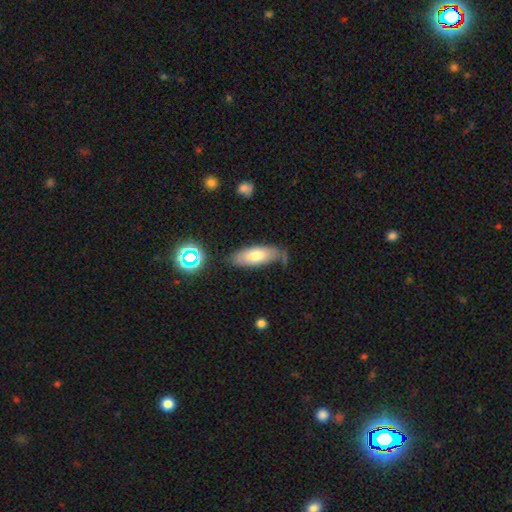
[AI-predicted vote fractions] A smooth galaxy with no disk features (73%) that is in between round and cigar-shaped (78%).

Vote fractions:
- Smooth or featured? smooth: 73% / featured or disk: 19% / star or artifact: 8%
- How rounded? in between: 78% / cigar-shaped: 19% / round: 2%
- Merging? none: 67% / minor disturbance: 22% / major disturbance: 6% / merger: 6%